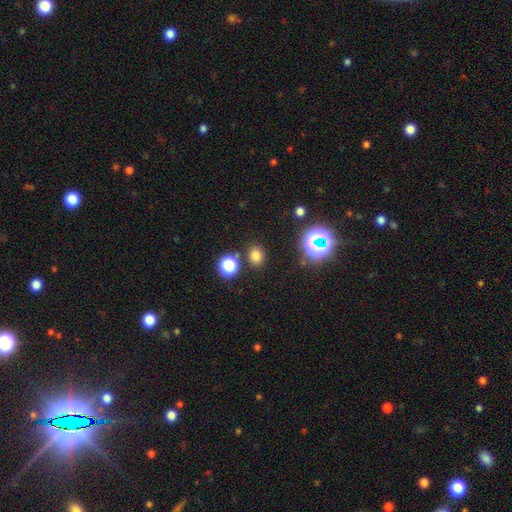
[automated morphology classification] A smooth galaxy with no disk features (74%) that is round (56%). Merging: none (83%).